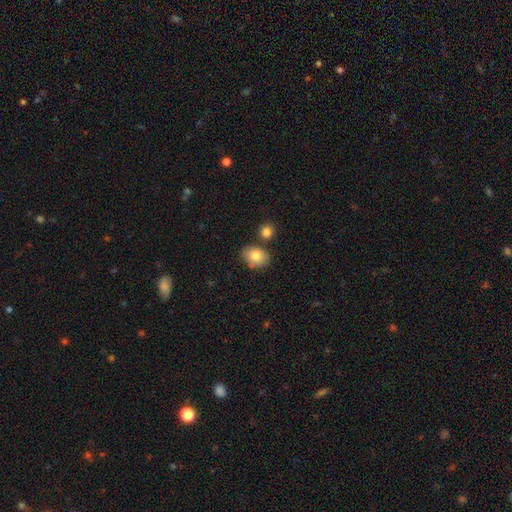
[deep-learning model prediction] Overall: smooth (82%). How rounded: in between (67%; round 32%). Merging: none (72%).